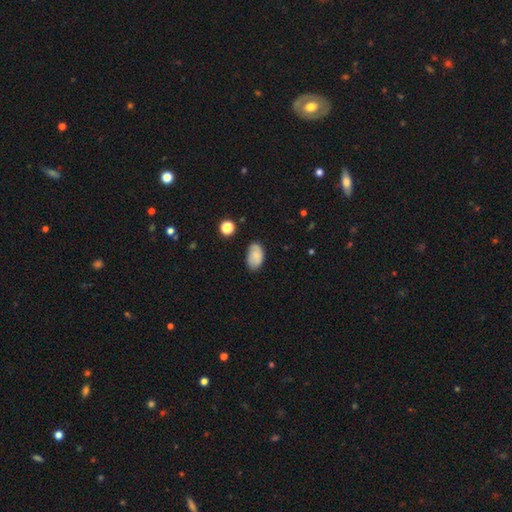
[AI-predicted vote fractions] Smooth or featured? smooth (73%)
How rounded? in between (90%)
Merging? none (70%)